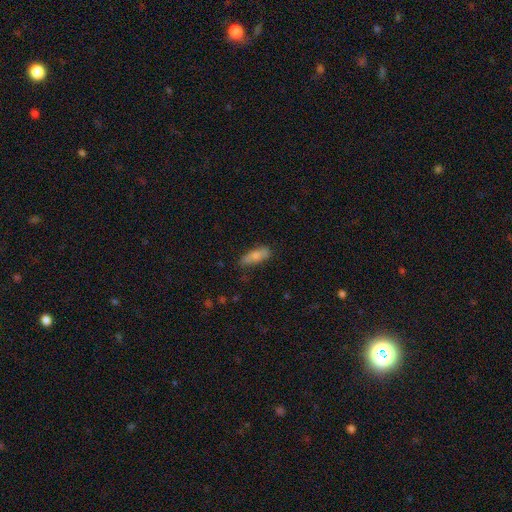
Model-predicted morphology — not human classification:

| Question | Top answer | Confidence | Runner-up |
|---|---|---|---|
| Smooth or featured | smooth | 73% | featured or disk (20%) |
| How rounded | in between | 65% | cigar-shaped (33%) |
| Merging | none | 77% | minor disturbance (18%) |